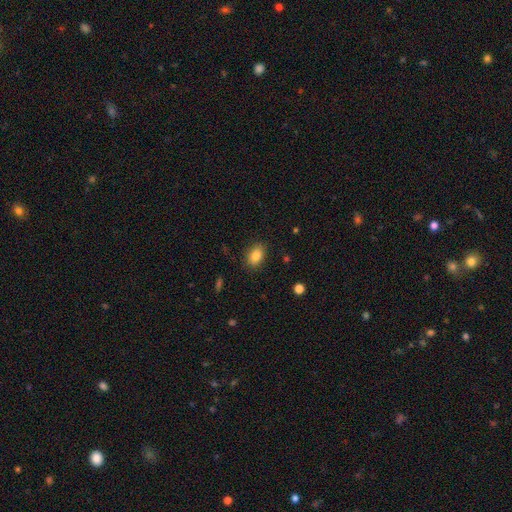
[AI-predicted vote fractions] Morphology: type=smooth (85%); roundness=in between (82%); merging=none (86%).